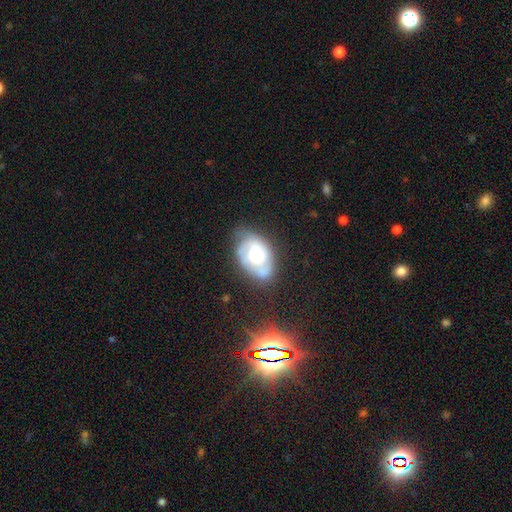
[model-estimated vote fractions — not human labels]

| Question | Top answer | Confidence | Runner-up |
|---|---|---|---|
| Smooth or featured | featured or disk | 57% | smooth (35%) |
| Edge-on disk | no | 95% | yes (5%) |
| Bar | no | 72% | weak (23%) |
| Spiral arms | yes | 68% | no (32%) |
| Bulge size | moderate | 53% | large (23%) |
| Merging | none | 49% | minor disturbance (31%) |